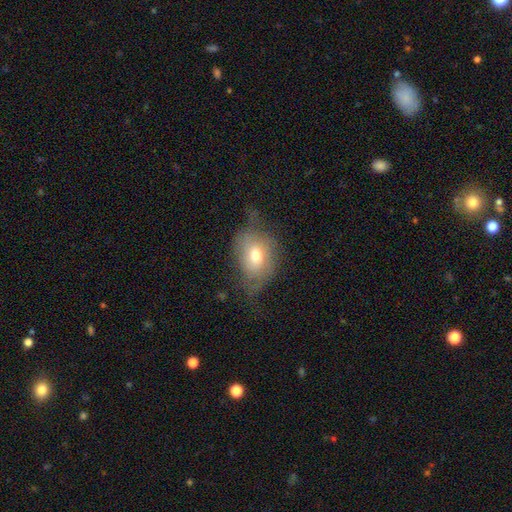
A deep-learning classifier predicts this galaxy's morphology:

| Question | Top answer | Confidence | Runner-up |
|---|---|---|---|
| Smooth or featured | smooth | 63% | featured or disk (27%) |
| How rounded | in between | 61% | round (38%) |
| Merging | none | 42% | minor disturbance (34%) |